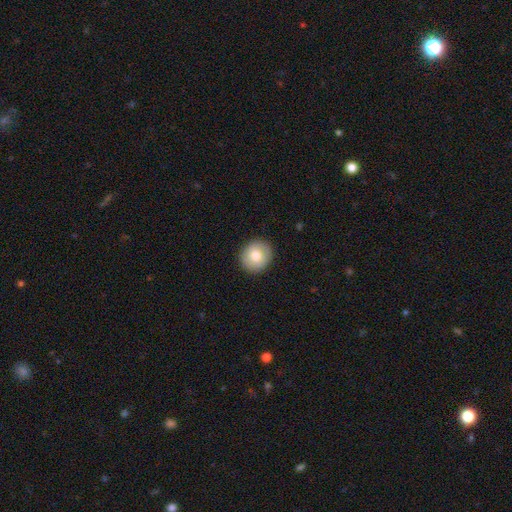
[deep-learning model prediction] smooth_or_featured: smooth (p=0.77) [alt: featured or disk p=0.15]
how_rounded: round (p=0.82) [alt: in between p=0.17]
merging: none (p=0.90) [alt: minor disturbance p=0.07]